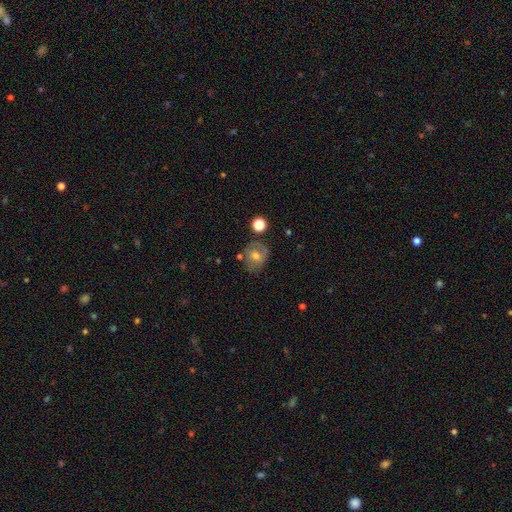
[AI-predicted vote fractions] Morphology: type=smooth (54%); roundness=round (70%); merging=none (62%).